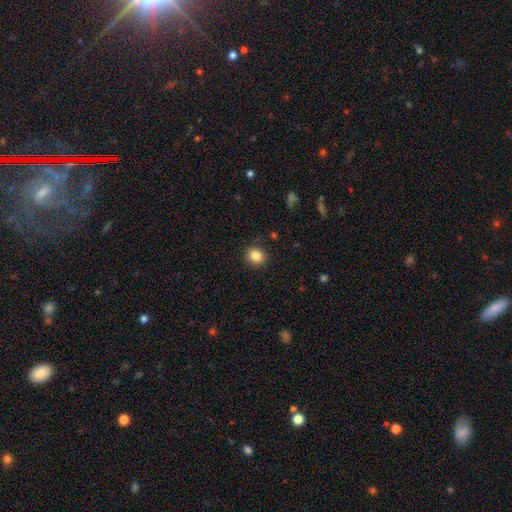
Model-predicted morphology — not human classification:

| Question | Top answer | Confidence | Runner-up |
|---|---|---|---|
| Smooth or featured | smooth | 84% | star or artifact (10%) |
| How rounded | round | 74% | in between (25%) |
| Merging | none | 89% | minor disturbance (8%) |